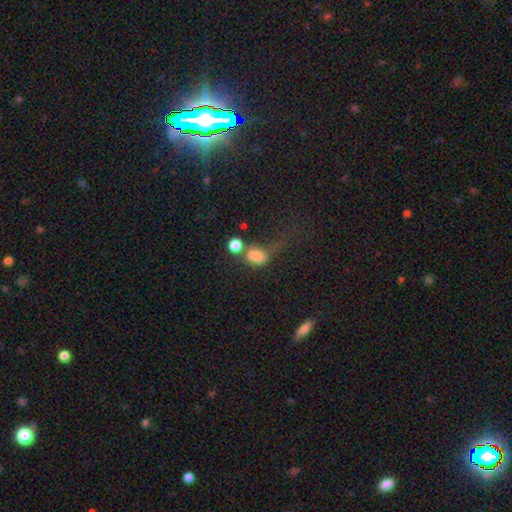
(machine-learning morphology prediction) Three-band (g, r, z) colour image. It shows a smooth galaxy with no disk features (75%) that is in between round and cigar-shaped (64%). Merging: merger (36%).